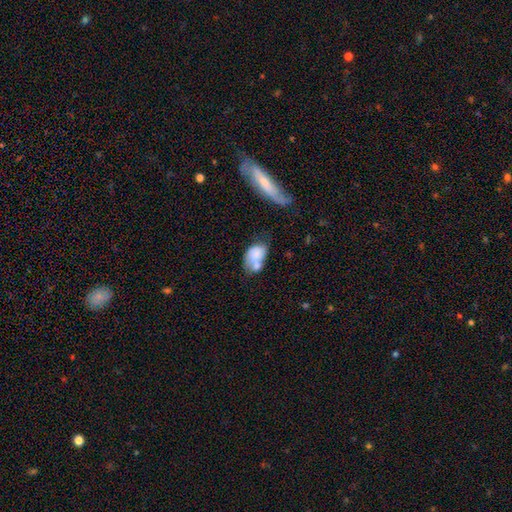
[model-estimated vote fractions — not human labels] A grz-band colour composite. It shows a smooth galaxy with no disk features (67%) that is in between round and cigar-shaped (84%). Merging: merger (45%).